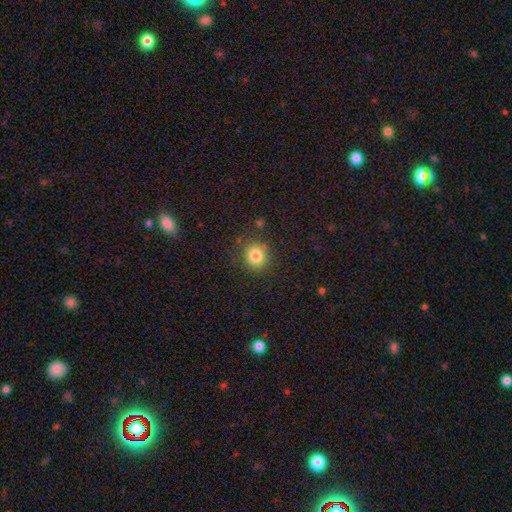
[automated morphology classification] Smooth or featured: smooth — 82% (star or artifact — 12%)
How rounded: round — 83% (in between — 16%)
Merging: none — 83% (minor disturbance — 11%)